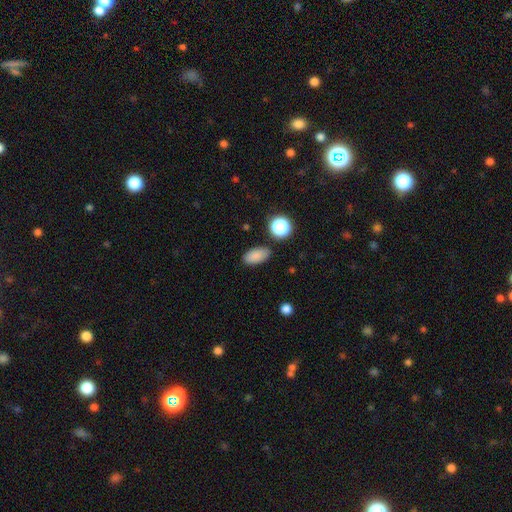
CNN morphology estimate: Overall: smooth (85%). How rounded: in between (89%). Merging: none (85%).